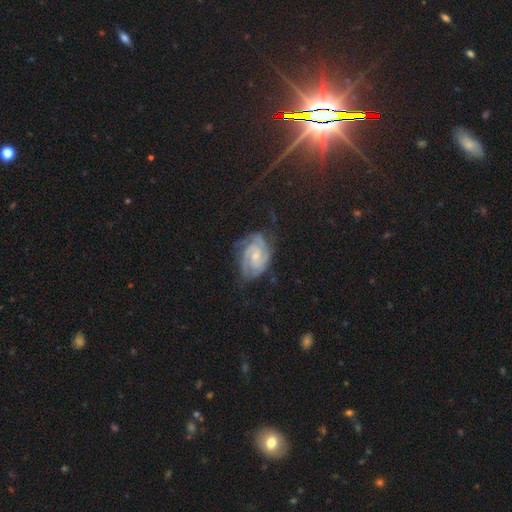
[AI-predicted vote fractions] smooth_or_featured: featured or disk (p=0.86) [alt: smooth p=0.08]
disk_edge_on: no (p=0.98) [alt: yes p=0.02]
bar: no (p=0.54) [alt: weak p=0.38]
has_spiral_arms: yes (p=0.98) [alt: no p=0.02]
spiral_winding: tight (p=0.65) [alt: medium p=0.30]
spiral_arm_count: 2 (p=0.44) [alt: 3 p=0.27]
bulge_size: small (p=0.62) [alt: moderate p=0.31]
merging: none (p=0.67) [alt: minor disturbance p=0.23]